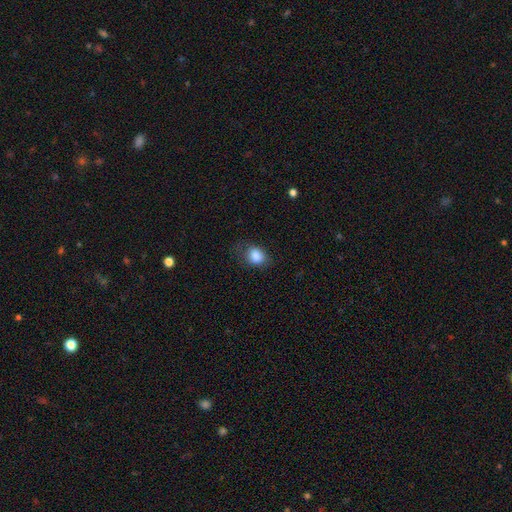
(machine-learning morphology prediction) smooth 85%, star or artifact 9%, featured or disk 6%. Down the decision tree: how rounded — in between (59%); merging — none (63%).